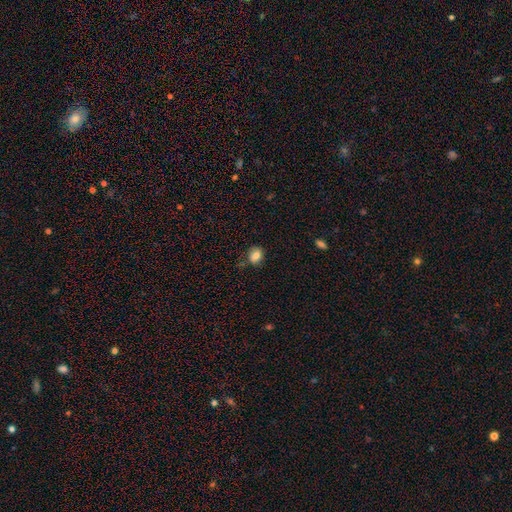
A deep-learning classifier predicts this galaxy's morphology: Smooth or featured?
  - smooth: 81% *
  - star or artifact: 10%
  - featured or disk: 9%
How rounded?
  - round: 60% *
  - in between: 39%
  - cigar-shaped: 1%
Merging?
  - none: 75% *
  - minor disturbance: 17%
  - merger: 4%
  - major disturbance: 4%